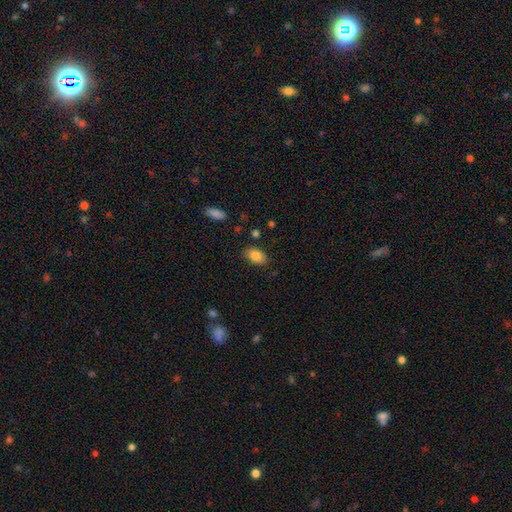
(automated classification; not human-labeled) Smooth or featured?
  - smooth: 86% *
  - star or artifact: 8%
  - featured or disk: 6%
How rounded?
  - in between: 90% *
  - round: 9%
  - cigar-shaped: 2%
Merging?
  - none: 81% *
  - minor disturbance: 14%
  - major disturbance: 3%
  - merger: 2%